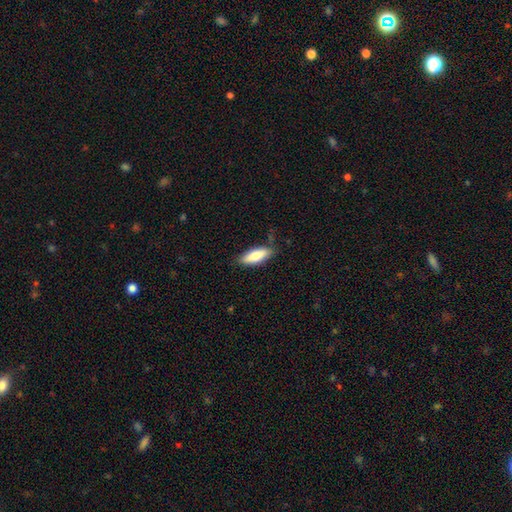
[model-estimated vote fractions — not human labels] Smooth or featured?
  - smooth: 79% *
  - featured or disk: 15%
  - star or artifact: 6%
How rounded?
  - in between: 67% *
  - cigar-shaped: 32%
  - round: 2%
Merging?
  - none: 78% *
  - minor disturbance: 17%
  - major disturbance: 3%
  - merger: 2%